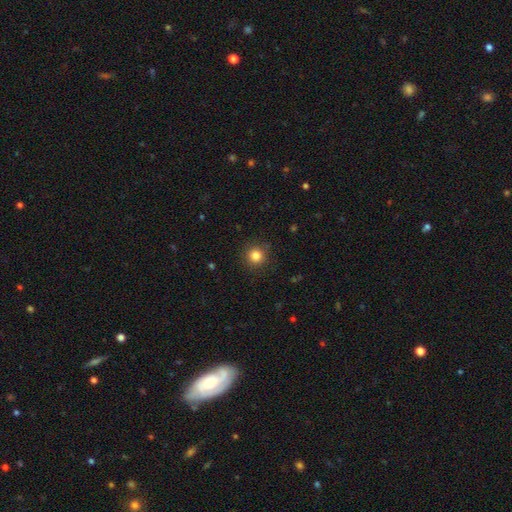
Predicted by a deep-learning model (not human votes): Smooth or featured: smooth — 83% (star or artifact — 12%)
How rounded: round — 95% (in between — 4%)
Merging: none — 90% (minor disturbance — 7%)